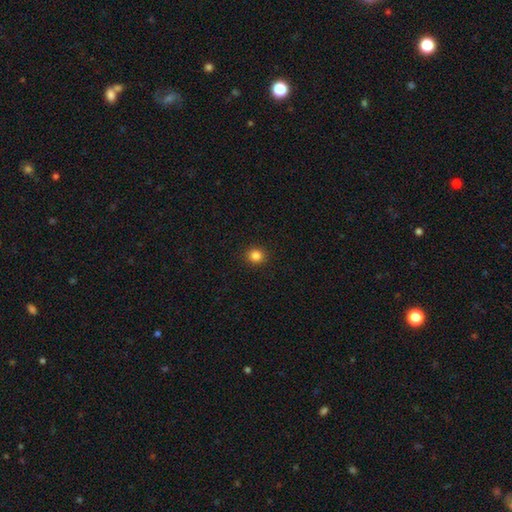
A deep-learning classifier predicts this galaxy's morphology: smooth-or-featured: smooth: 85% | star or artifact: 12% | featured or disk: 3%
  how-rounded: round: 87% | in between: 12% | cigar-shaped: 1%
  merging: none: 92% | minor disturbance: 5% | major disturbance: 2% | merger: 1%